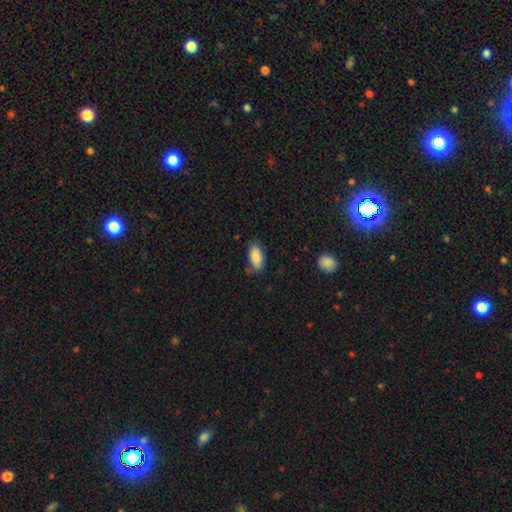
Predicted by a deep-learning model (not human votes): smooth-or-featured: smooth: 87% | featured or disk: 7% | star or artifact: 7%
  how-rounded: in between: 90% | cigar-shaped: 7% | round: 2%
  merging: none: 73% | minor disturbance: 20% | major disturbance: 4% | merger: 3%